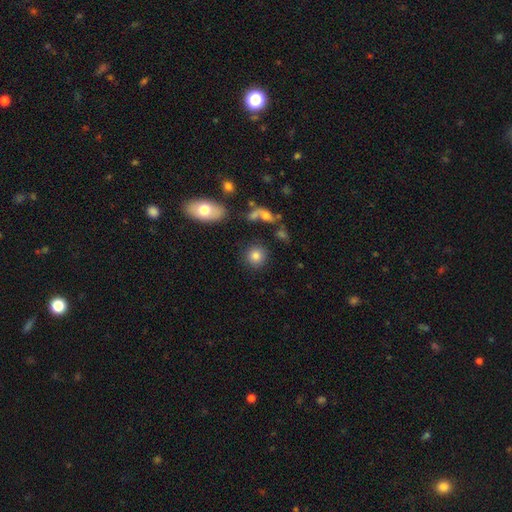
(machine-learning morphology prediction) smooth 80%, star or artifact 11%, featured or disk 9%. Down the decision tree: how rounded — round (89%); merging — none (84%).